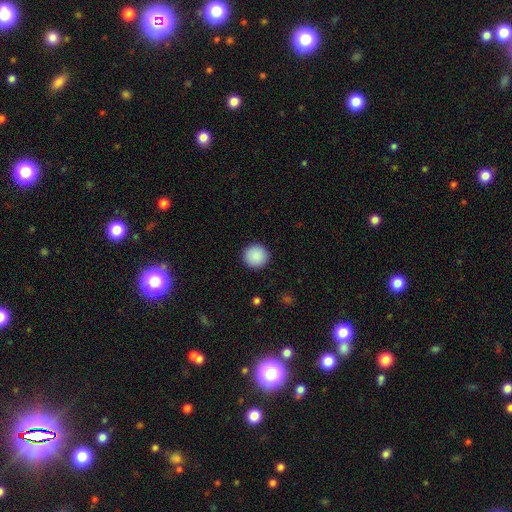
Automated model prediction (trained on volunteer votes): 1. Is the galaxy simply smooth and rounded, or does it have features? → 90% smooth, 7% star or artifact, 3% featured or disk.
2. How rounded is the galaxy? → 96% round, 3% in between, 1% cigar-shaped.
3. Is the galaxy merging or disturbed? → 93% none, 5% minor disturbance, 2% major disturbance, 1% merger.